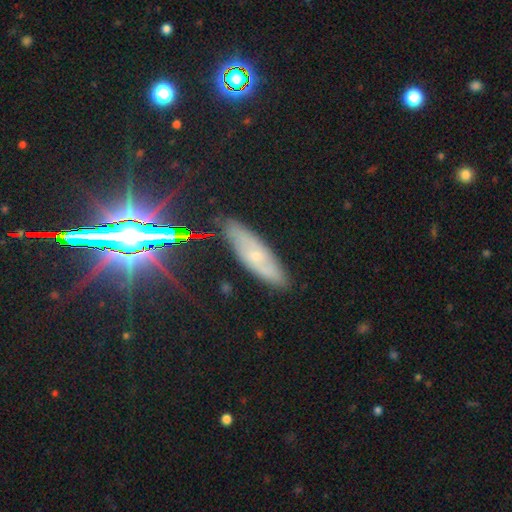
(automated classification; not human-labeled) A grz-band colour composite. It shows a featured or disk galaxy (46%). Merging: none (83%).